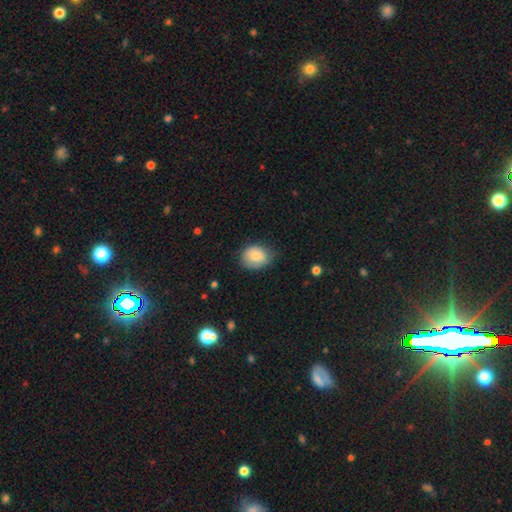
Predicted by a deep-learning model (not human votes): Q: Smooth or featured?
A: smooth (81%); runner-up: featured or disk (12%)
Q: How rounded?
A: in between (50%); runner-up: round (49%)
Q: Merging?
A: none (63%); runner-up: minor disturbance (29%)